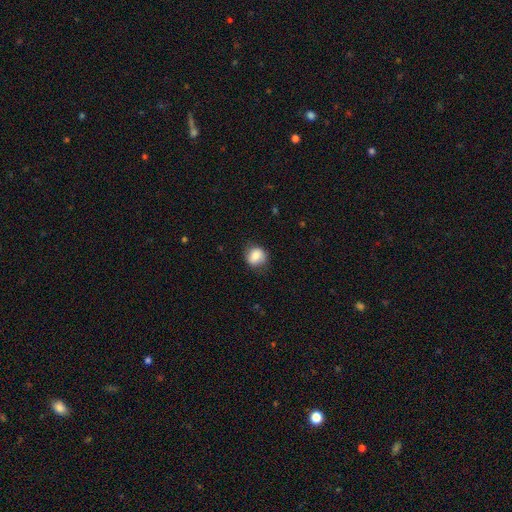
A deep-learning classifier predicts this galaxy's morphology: Overall: smooth (79%). How rounded: round (76%). Merging: none (77%).